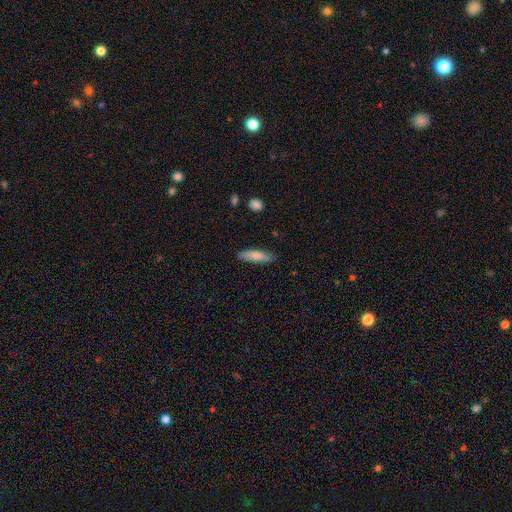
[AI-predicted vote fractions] A smooth galaxy with no disk features (79%) that is cigar-shaped (66%). Merging: none (85%).